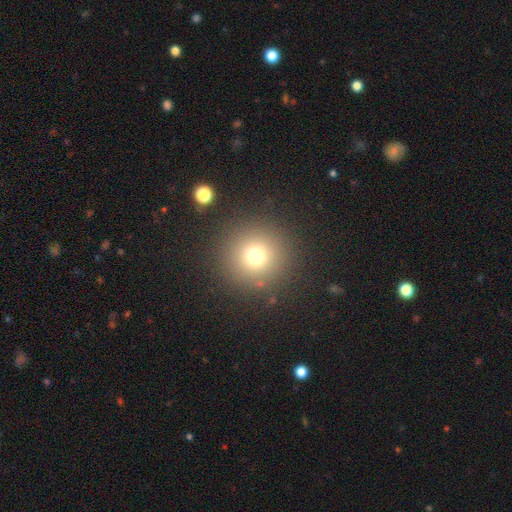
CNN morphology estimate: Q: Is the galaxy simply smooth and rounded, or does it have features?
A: smooth — 72%.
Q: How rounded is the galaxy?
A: round — 95%.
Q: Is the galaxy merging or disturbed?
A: none — 88%.